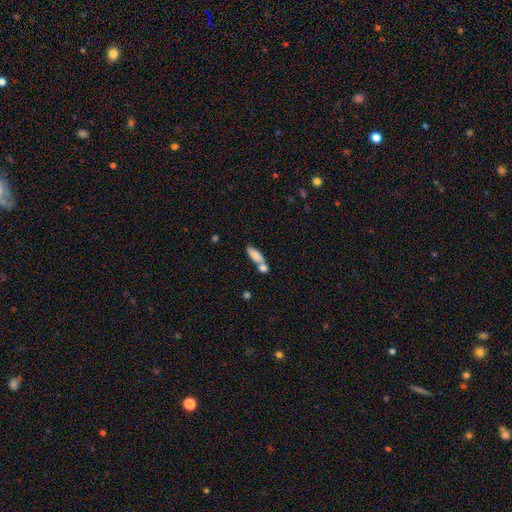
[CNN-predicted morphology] smooth-or-featured: smooth: 80% | featured or disk: 13% | star or artifact: 7%
  how-rounded: in between: 58% | cigar-shaped: 40% | round: 3%
  merging: merger: 43% | none: 41% | minor disturbance: 12% | major disturbance: 4%